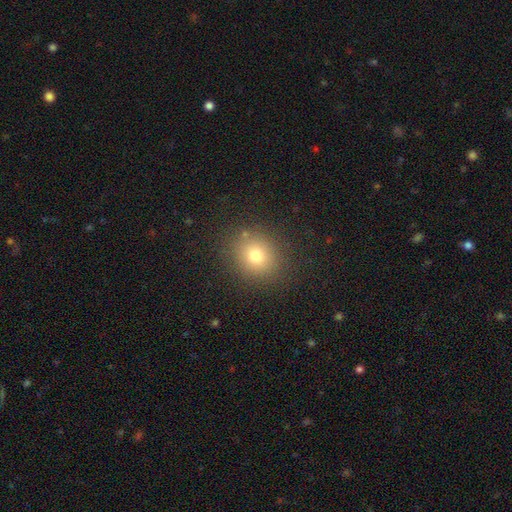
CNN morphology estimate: Smooth or featured? Predicted: smooth (p=0.74). How rounded? Predicted: round (p=0.79). Merging? Predicted: none (p=0.86).